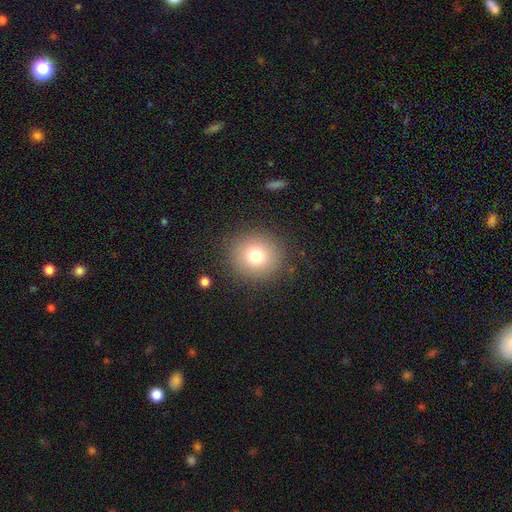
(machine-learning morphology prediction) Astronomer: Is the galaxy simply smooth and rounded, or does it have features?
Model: smooth — 77%.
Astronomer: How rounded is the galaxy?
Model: round — 91%.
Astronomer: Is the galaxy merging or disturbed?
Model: none — 88%.